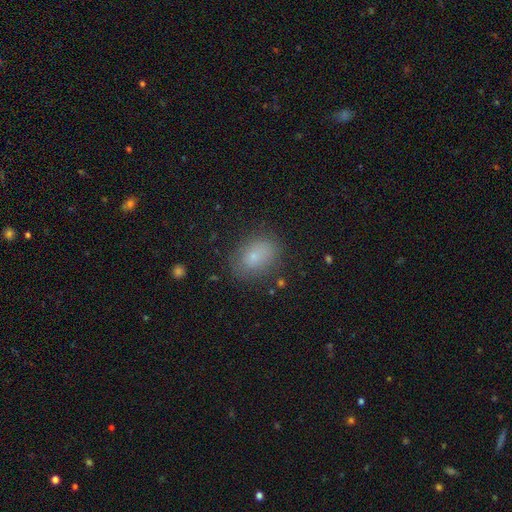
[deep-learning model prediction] This is likely a smooth galaxy (77%). How rounded: likely in between (76%). Merging: likely none (79%).